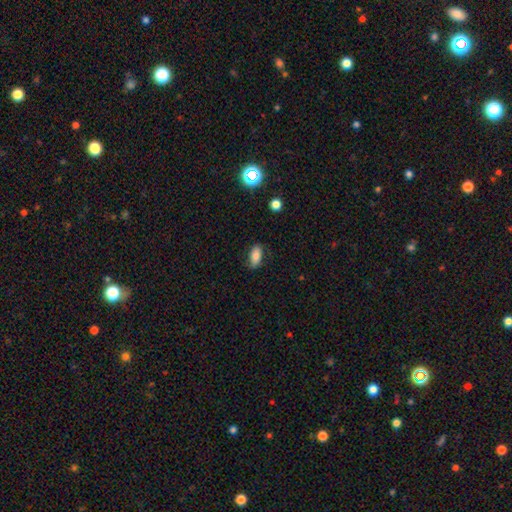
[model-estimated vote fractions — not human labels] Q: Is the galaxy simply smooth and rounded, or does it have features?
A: smooth — 79%.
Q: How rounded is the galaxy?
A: in between — 89%.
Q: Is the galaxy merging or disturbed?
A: none — 77%.